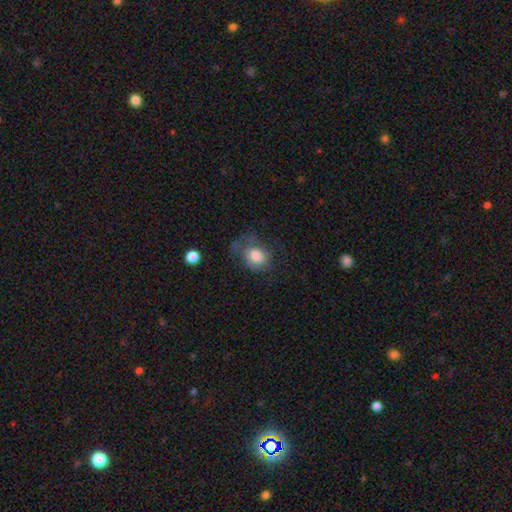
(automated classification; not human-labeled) Smooth or featured?
  - smooth: 73% *
  - featured or disk: 19%
  - star or artifact: 8%
How rounded?
  - round: 50% *
  - in between: 49%
  - cigar-shaped: 1%
Merging?
  - none: 41% *
  - major disturbance: 29%
  - minor disturbance: 27%
  - merger: 3%